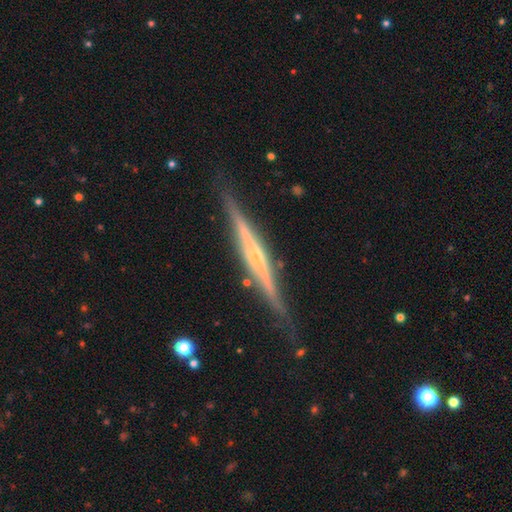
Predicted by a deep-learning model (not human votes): A featured or disk galaxy (83%) viewed edge-on (98%) with a rounded central bulge (63%). Merging: none (86%).